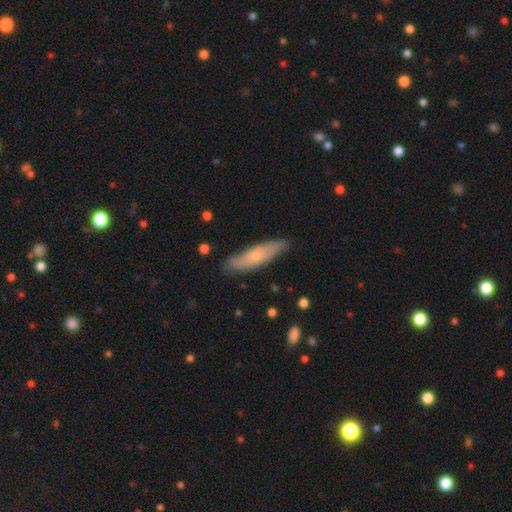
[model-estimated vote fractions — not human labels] smooth-or-featured: smooth: 53% | featured or disk: 40% | star or artifact: 6%
  how-rounded: cigar-shaped: 66% | in between: 32% | round: 2%
  merging: none: 78% | minor disturbance: 18% | major disturbance: 3% | merger: 1%